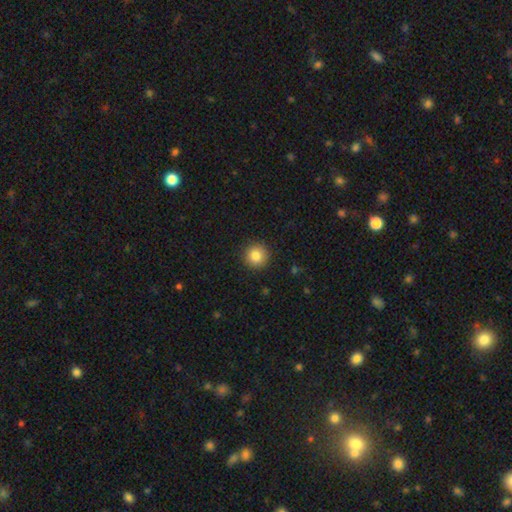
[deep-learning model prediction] smooth-or-featured: smooth: 84% | star or artifact: 10% | featured or disk: 6%
  how-rounded: round: 95% | in between: 4% | cigar-shaped: 1%
  merging: none: 91% | minor disturbance: 6% | major disturbance: 2% | merger: 1%